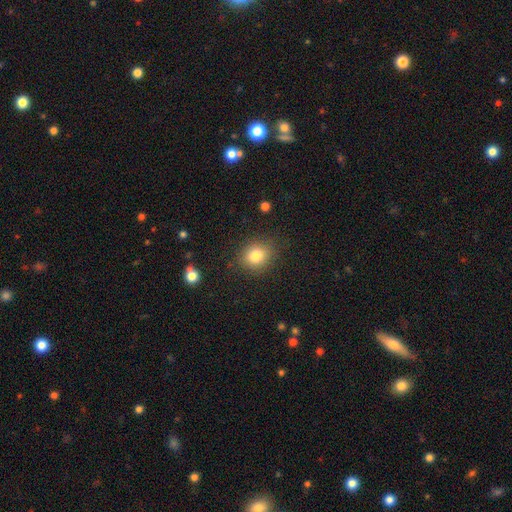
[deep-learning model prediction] Smooth or featured: smooth — 81% (star or artifact — 11%)
How rounded: round — 71% (in between — 28%)
Merging: none — 84% (minor disturbance — 11%)